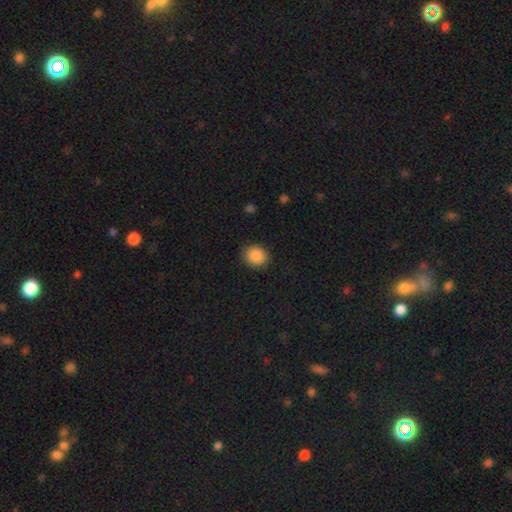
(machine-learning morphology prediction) smooth_or_featured: smooth (p=0.88) [alt: star or artifact p=0.08]
how_rounded: round (p=0.73) [alt: in between p=0.26]
merging: none (p=0.87) [alt: minor disturbance p=0.10]